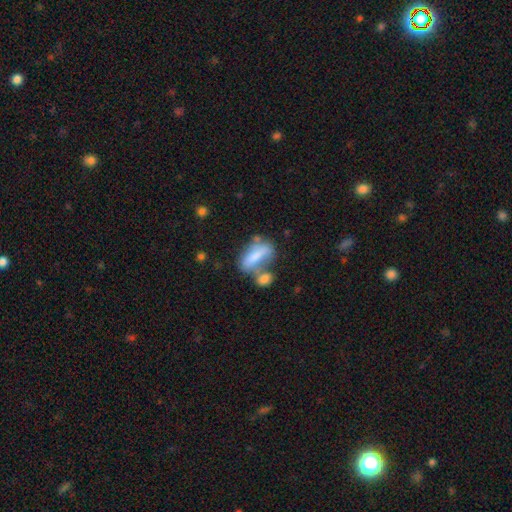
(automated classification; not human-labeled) Overall: smooth (64%; featured or disk 28%). How rounded: in between (70%). Merging: merger (40%; none 30%).